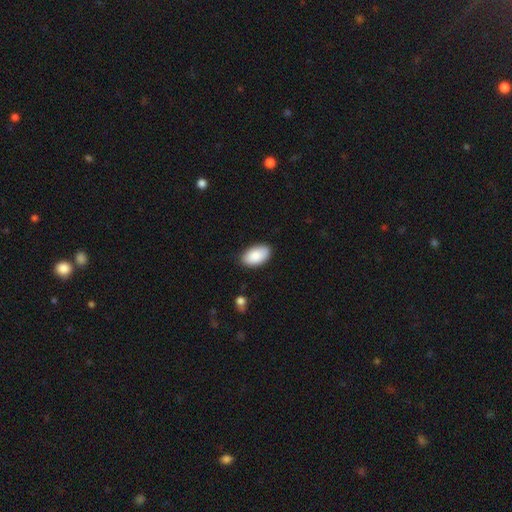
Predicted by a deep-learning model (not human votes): Q: Smooth or featured?
A: smooth (88%); runner-up: featured or disk (6%)
Q: How rounded?
A: in between (95%); runner-up: round (3%)
Q: Merging?
A: none (85%); runner-up: minor disturbance (11%)